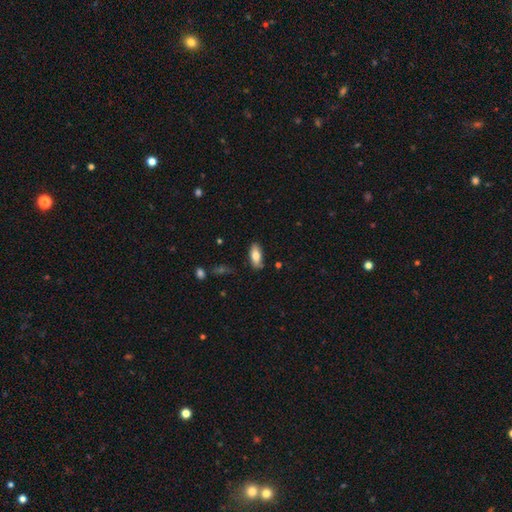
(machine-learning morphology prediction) Smooth or featured: smooth — 77% (featured or disk — 16%)
How rounded: in between — 81% (cigar-shaped — 17%)
Merging: none — 84% (minor disturbance — 12%)